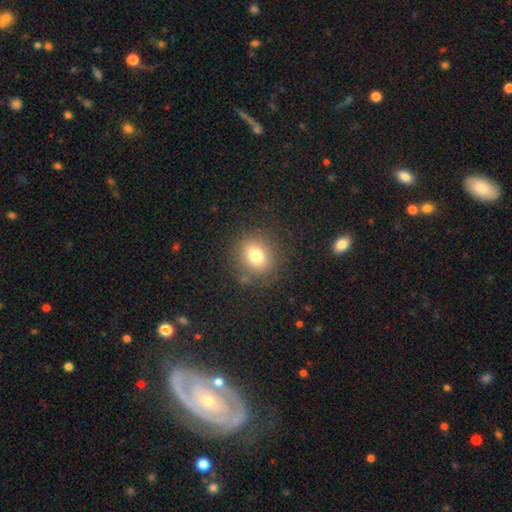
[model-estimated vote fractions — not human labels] smooth-or-featured: smooth: 76% | star or artifact: 14% | featured or disk: 10%
  how-rounded: round: 72% | in between: 27% | cigar-shaped: 1%
  merging: none: 84% | minor disturbance: 10% | major disturbance: 4% | merger: 2%